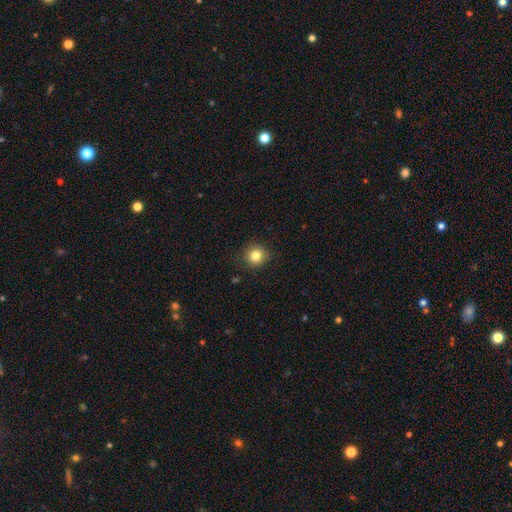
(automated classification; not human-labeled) A smooth galaxy with no disk features (82%) that is round (93%). Merging: none (90%).